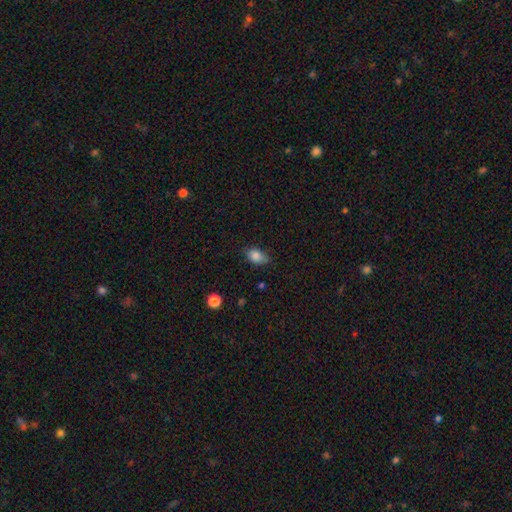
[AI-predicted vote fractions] smooth 84%, star or artifact 9%, featured or disk 6%. Down the decision tree: how rounded — in between (80%); merging — none (67%).